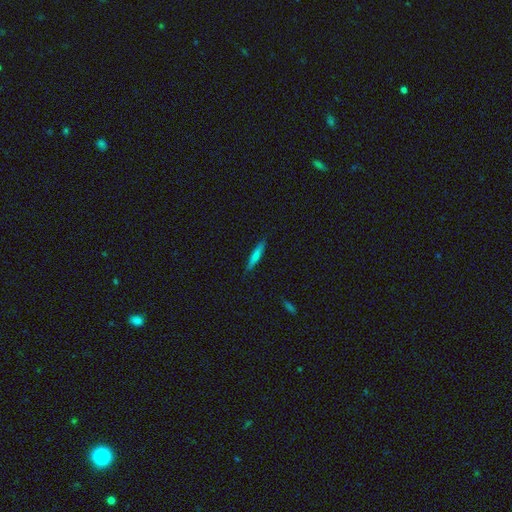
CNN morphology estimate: smooth 67%, featured or disk 27%, star or artifact 6%. Down the decision tree: how rounded — cigar-shaped (91%); merging — none (88%).